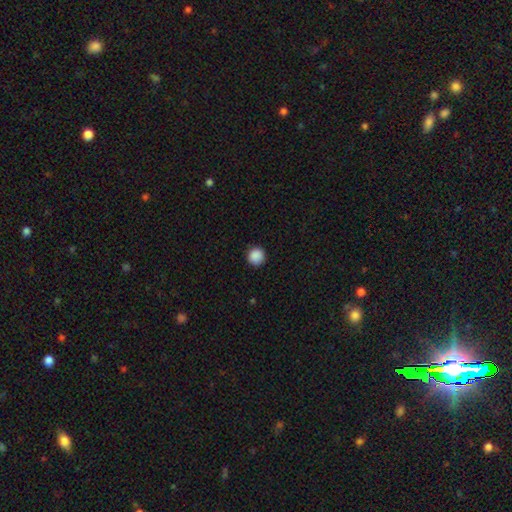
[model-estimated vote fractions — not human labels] Overall: smooth (89%). How rounded: round (94%). Merging: none (91%).